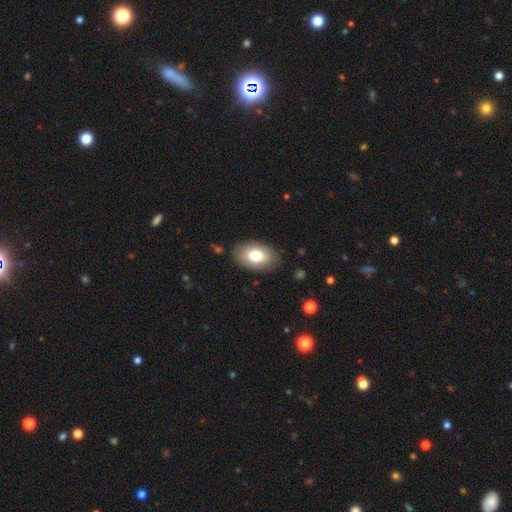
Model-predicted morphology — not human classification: Smooth or featured: smooth — 76% (featured or disk — 16%)
How rounded: in between — 88% (round — 11%)
Merging: none — 86% (minor disturbance — 10%)